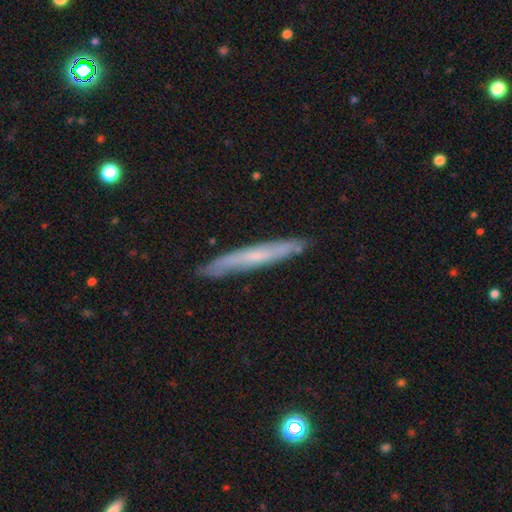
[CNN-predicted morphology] smooth_or_featured: featured or disk (p=0.52) [alt: smooth p=0.41]
disk_edge_on: yes (p=0.83) [alt: no p=0.17]
merging: none (p=0.87) [alt: minor disturbance p=0.11]